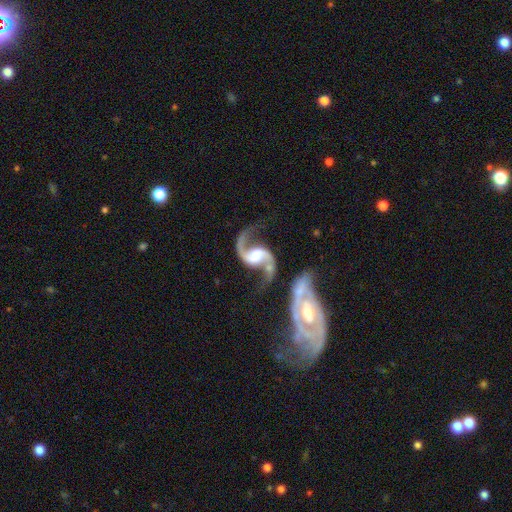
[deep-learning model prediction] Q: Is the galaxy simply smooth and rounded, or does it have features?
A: featured or disk — 93%.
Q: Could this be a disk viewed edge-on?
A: no — 98%.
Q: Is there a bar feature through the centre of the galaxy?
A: weak — 42%.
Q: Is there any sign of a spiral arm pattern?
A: yes — 98%.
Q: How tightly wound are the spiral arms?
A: loose — 66%.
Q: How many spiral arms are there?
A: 2 — 94%.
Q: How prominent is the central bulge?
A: moderate — 49%.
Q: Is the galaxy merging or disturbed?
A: none — 55%.